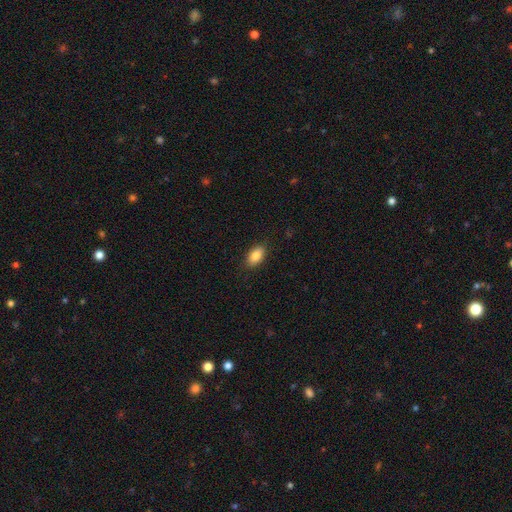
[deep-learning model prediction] smooth-or-featured: smooth: 86% | star or artifact: 7% | featured or disk: 6%
  how-rounded: in between: 92% | round: 5% | cigar-shaped: 3%
  merging: none: 88% | minor disturbance: 9% | major disturbance: 2% | merger: 1%